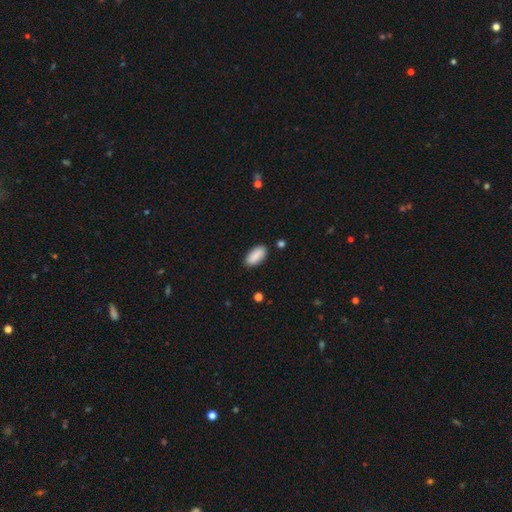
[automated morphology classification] Smooth or featured: smooth — 88% (star or artifact — 6%)
How rounded: in between — 89% (cigar-shaped — 9%)
Merging: none — 86% (minor disturbance — 10%)